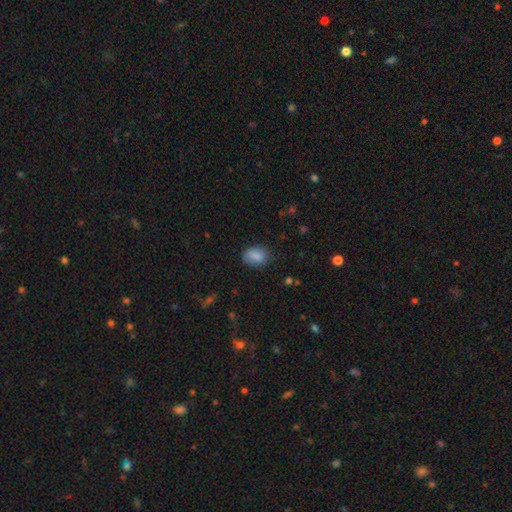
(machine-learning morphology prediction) A smooth galaxy with no disk features (85%) that is in between round and cigar-shaped (79%). Merging: none (76%).